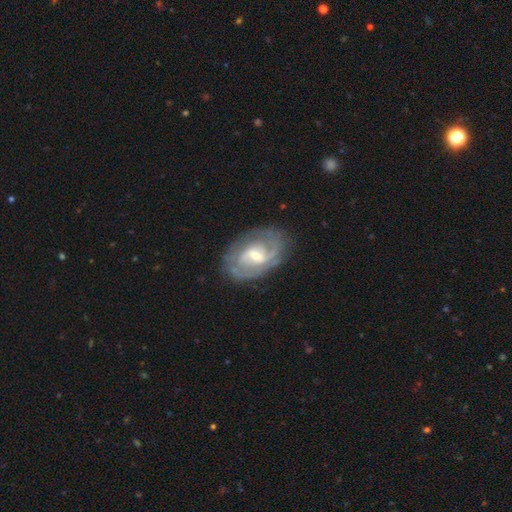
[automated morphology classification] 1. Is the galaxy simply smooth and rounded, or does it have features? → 83% featured or disk, 11% smooth, 5% star or artifact.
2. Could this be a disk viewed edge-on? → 96% no, 4% yes.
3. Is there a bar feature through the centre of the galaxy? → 54% weak, 31% no, 15% strong.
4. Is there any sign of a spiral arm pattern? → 92% yes, 8% no.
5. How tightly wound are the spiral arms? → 49% tight, 39% medium, 12% loose.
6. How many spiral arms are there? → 55% 2, 24% can't tell, 11% 3, 4% 1, 3% 4, 3% more than 4.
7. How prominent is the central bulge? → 48% small, 47% moderate, 3% large, 2% none, 1% dominant.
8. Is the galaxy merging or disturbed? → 75% none, 17% minor disturbance, 7% major disturbance, 1% merger.